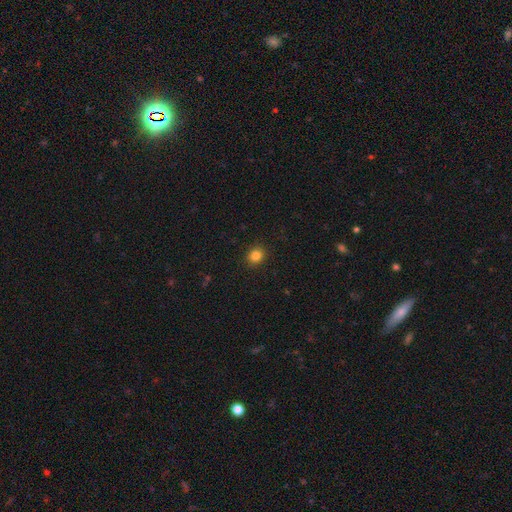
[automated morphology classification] Smooth or featured? Predicted: smooth (p=0.84). How rounded? Predicted: round (p=0.78). Merging? Predicted: none (p=0.91).